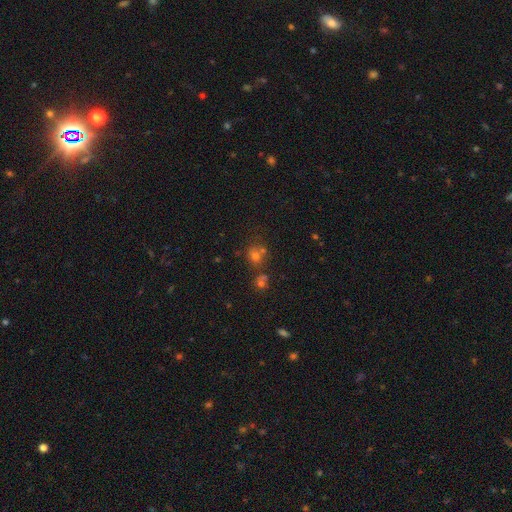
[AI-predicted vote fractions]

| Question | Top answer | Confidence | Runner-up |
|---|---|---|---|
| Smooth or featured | smooth | 55% | star or artifact (34%) |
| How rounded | round | 82% | in between (17%) |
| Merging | none | 60% | merger (26%) |